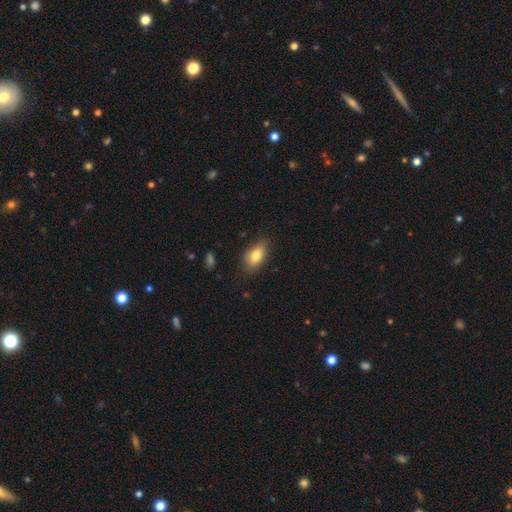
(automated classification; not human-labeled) Morphology: type=smooth (80%); roundness=in between (88%); merging=none (75%).